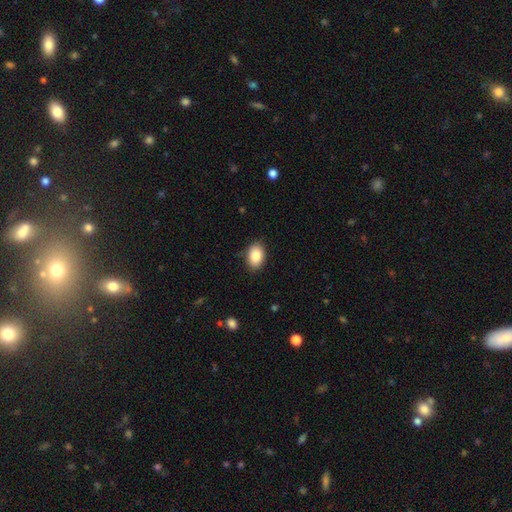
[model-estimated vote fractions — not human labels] This is clearly a smooth galaxy (86%). How rounded: clearly in between (86%). Merging: clearly none (84%).